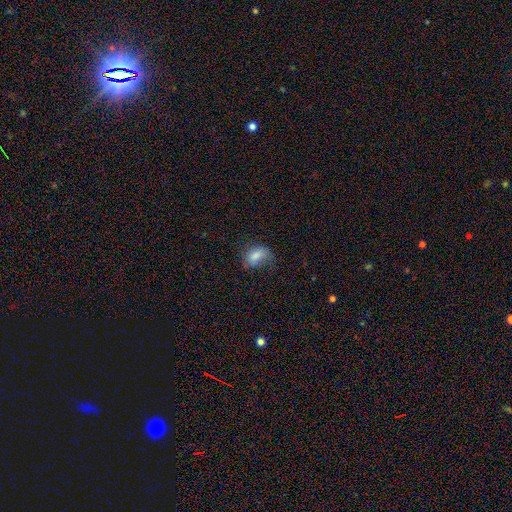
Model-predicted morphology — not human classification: A smooth galaxy with no disk features (77%) that is in between round and cigar-shaped (83%).

Vote fractions:
- Smooth or featured? smooth: 77% / featured or disk: 13% / star or artifact: 10%
- How rounded? in between: 83% / round: 15% / cigar-shaped: 2%
- Merging? none: 55% / minor disturbance: 29% / major disturbance: 15% / merger: 2%